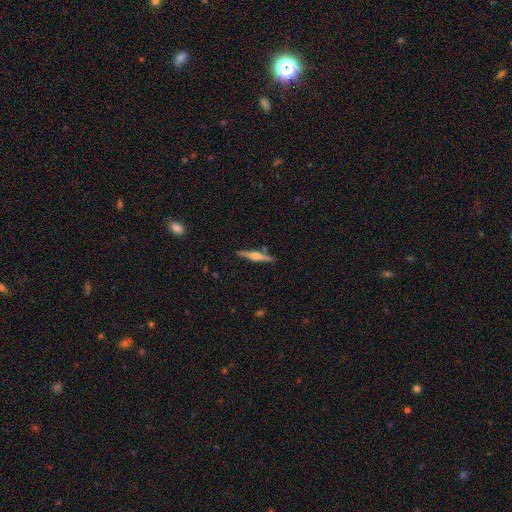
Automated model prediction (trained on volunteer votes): Smooth or featured? Predicted: featured or disk (p=0.64). Edge-on disk? Predicted: yes (p=0.97). Edge-on bulge? Predicted: rounded (p=0.84). Merging? Predicted: none (p=0.85).